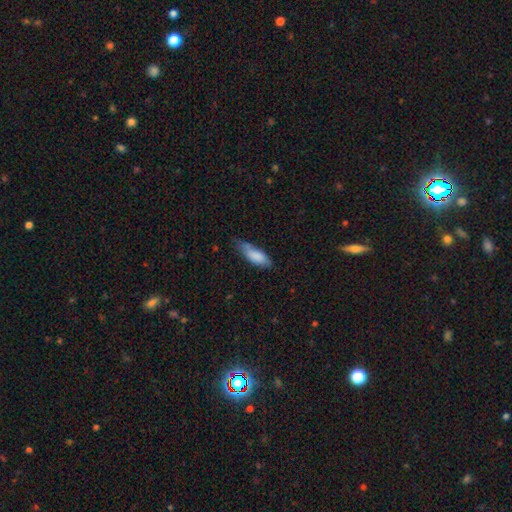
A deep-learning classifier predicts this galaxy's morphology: This appears to be a smooth galaxy with no disk features (82%) that is in between round and cigar-shaped (68%). Merging: none (48%).